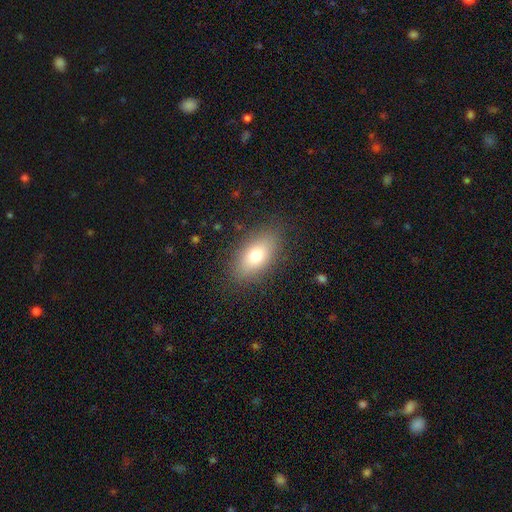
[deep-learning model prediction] Smooth or featured? smooth (77%)
How rounded? in between (89%)
Merging? none (85%)